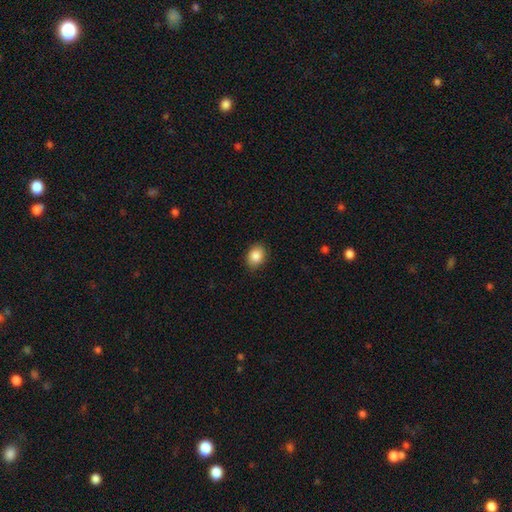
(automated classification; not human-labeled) The model was most divided on "how rounded": in between: 60%, round: 39%, cigar-shaped: 1%. More confident: smooth or featured — smooth (87%); merging — none (87%).